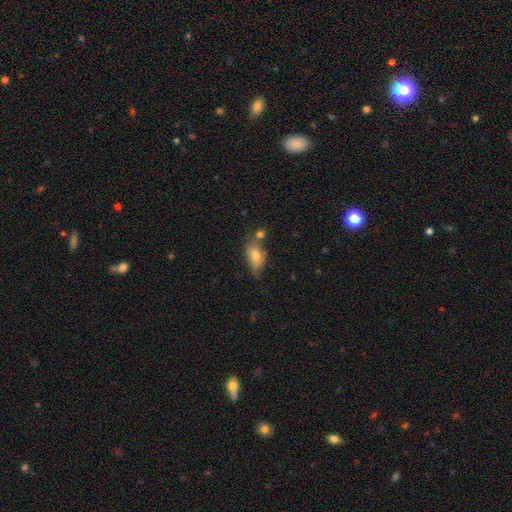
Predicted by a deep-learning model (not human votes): Morphology: type=smooth (73%); roundness=in between (86%); merging=none (56%).